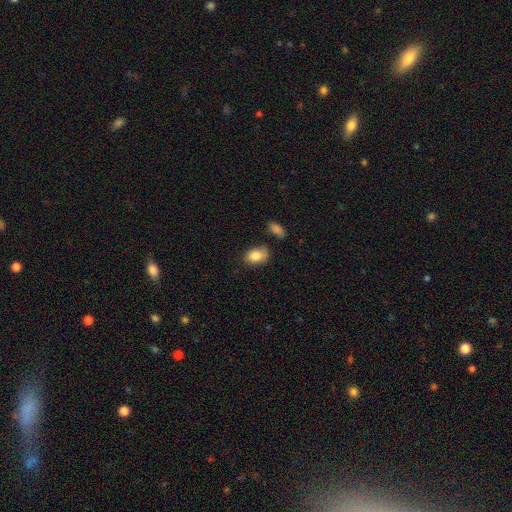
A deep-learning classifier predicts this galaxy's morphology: smooth-or-featured: smooth: 85% | star or artifact: 8% | featured or disk: 7%
  how-rounded: in between: 78% | round: 20% | cigar-shaped: 1%
  merging: none: 61% | minor disturbance: 26% | major disturbance: 7% | merger: 6%